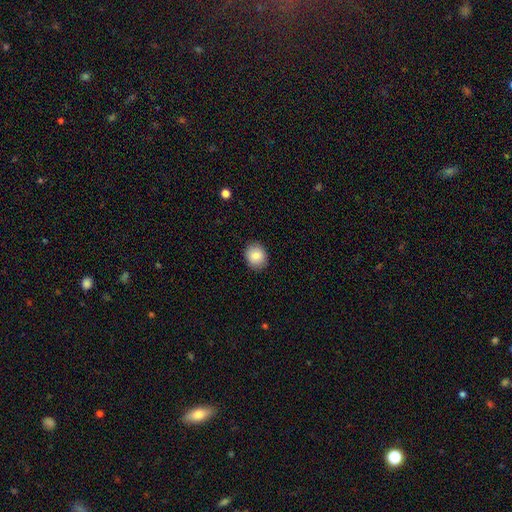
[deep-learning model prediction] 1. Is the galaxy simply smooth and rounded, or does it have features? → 85% smooth, 8% star or artifact, 7% featured or disk.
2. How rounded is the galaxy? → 63% round, 36% in between, 1% cigar-shaped.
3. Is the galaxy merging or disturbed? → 89% none, 8% minor disturbance, 2% major disturbance, 1% merger.